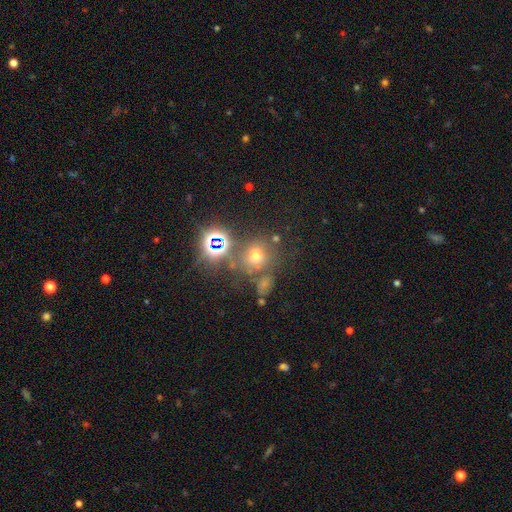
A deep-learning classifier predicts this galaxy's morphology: smooth-or-featured: smooth: 54% | star or artifact: 33% | featured or disk: 13%
  how-rounded: round: 77% | in between: 22% | cigar-shaped: 1%
  merging: none: 63% | merger: 16% | minor disturbance: 13% | major disturbance: 8%